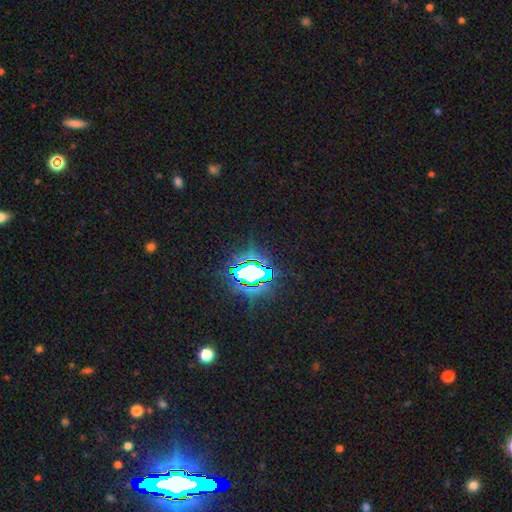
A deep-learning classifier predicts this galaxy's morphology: smooth_or_featured: star or artifact (p=0.84) [alt: smooth p=0.09]